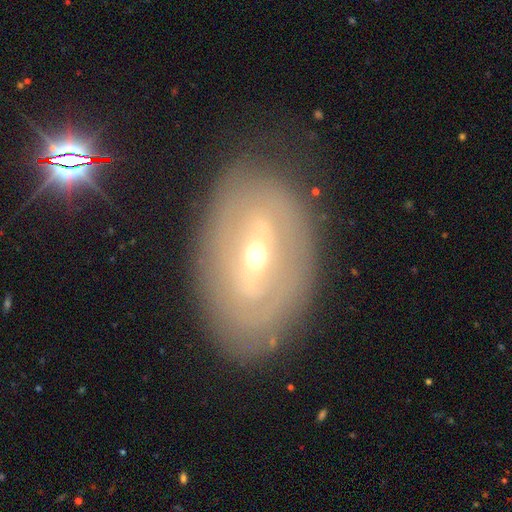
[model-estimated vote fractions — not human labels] The model was most divided on "bar": weak: 41%, strong: 38%, no: 21%. More confident: edge-on disk — no (91%); merging — none (79%); smooth or featured — featured or disk (72%); bulge size — moderate (59%); spiral arms — no (54%).